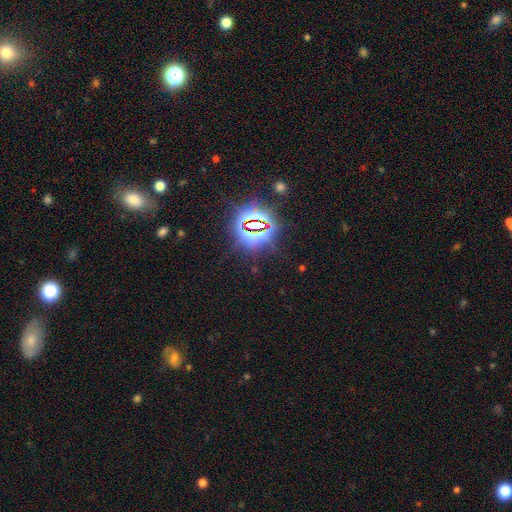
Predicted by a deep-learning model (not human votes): This is likely a star or artifact rather than a galaxy (79%).